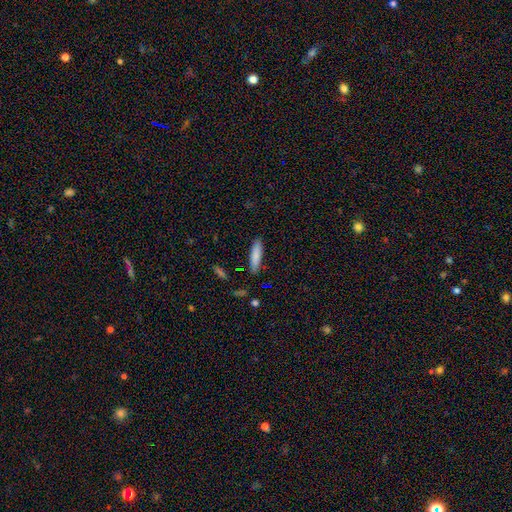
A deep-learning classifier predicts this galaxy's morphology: smooth 84%, featured or disk 10%, star or artifact 6%. Down the decision tree: how rounded — cigar-shaped (74%); merging — none (88%).